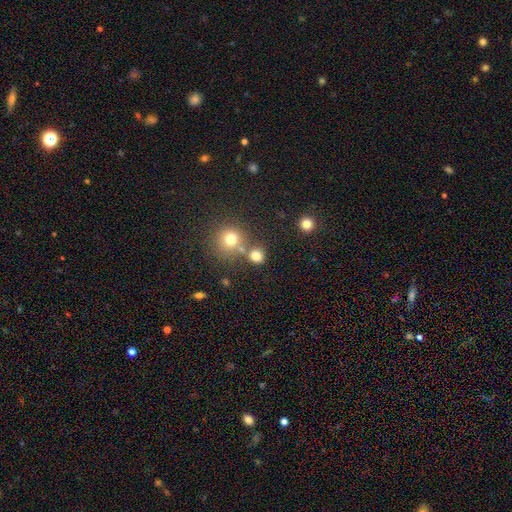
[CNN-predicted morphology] Smooth or featured?
  - smooth: 78% *
  - star or artifact: 15%
  - featured or disk: 7%
How rounded?
  - round: 82% *
  - in between: 17%
  - cigar-shaped: 1%
Merging?
  - none: 66% *
  - merger: 21%
  - minor disturbance: 9%
  - major disturbance: 4%